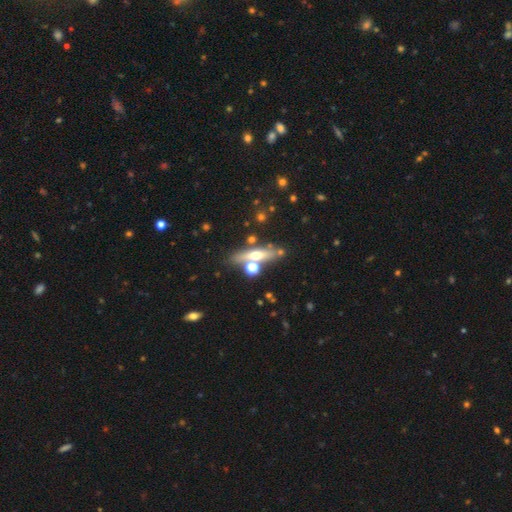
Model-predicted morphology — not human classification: A featured or disk galaxy (49%).

Vote fractions:
- Smooth or featured? featured or disk: 49% / smooth: 40% / star or artifact: 12%
- Merging? none: 71% / merger: 14% / minor disturbance: 11% / major disturbance: 5%